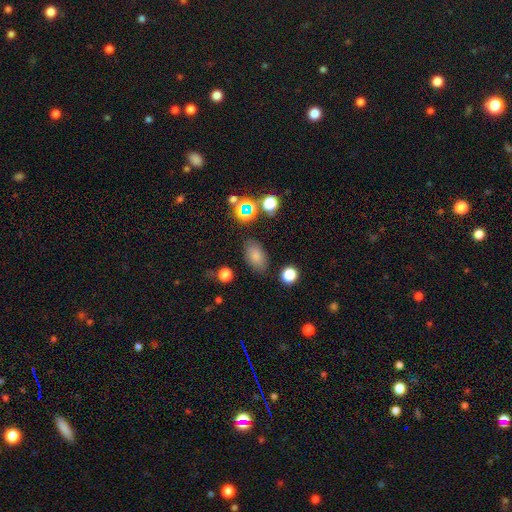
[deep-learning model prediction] Smooth or featured? smooth (79%)
How rounded? in between (89%)
Merging? none (81%)